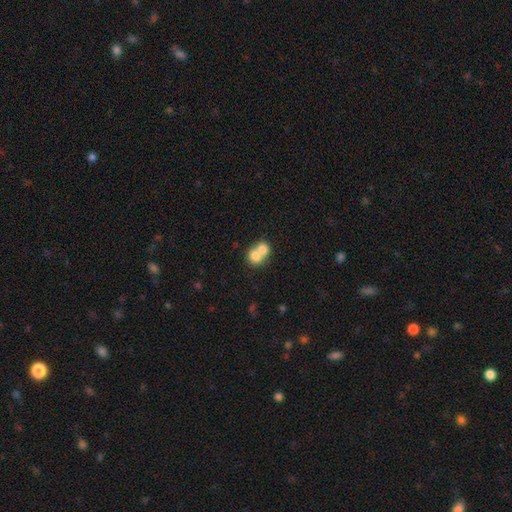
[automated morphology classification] type=smooth (73%); roundness=round (71%); merging=merger (71%).